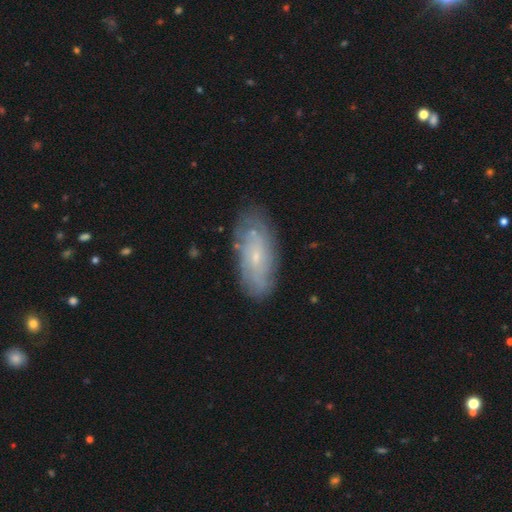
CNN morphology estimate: A featured or disk galaxy (63%) with no bar (74%), spiral arms (77%) and a small central bulge (80%).

Vote fractions:
- Smooth or featured? featured or disk: 63% / smooth: 30% / star or artifact: 8%
- Edge-on disk? no: 89% / yes: 11%
- Bar? no: 74% / weak: 22% / strong: 4%
- Spiral arms? yes: 77% / no: 23%
- Bulge size? small: 80% / moderate: 15% / none: 3% / large: 1% / dominant: 1%
- Merging? none: 80% / minor disturbance: 15% / major disturbance: 4% / merger: 2%